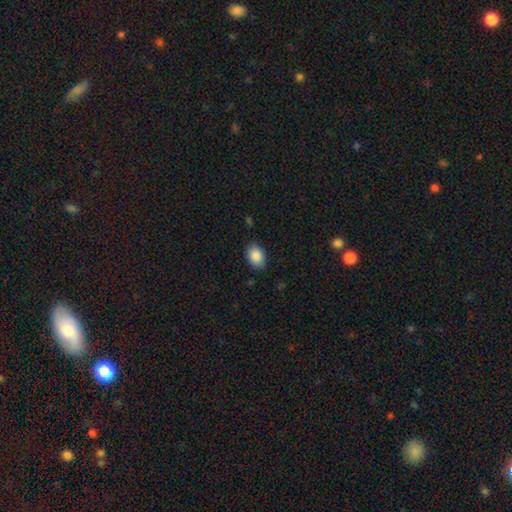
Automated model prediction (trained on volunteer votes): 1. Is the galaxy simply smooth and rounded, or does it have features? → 88% smooth, 7% star or artifact, 5% featured or disk.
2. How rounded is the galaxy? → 83% in between, 16% round, 1% cigar-shaped.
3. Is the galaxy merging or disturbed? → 84% none, 12% minor disturbance, 2% major disturbance, 1% merger.